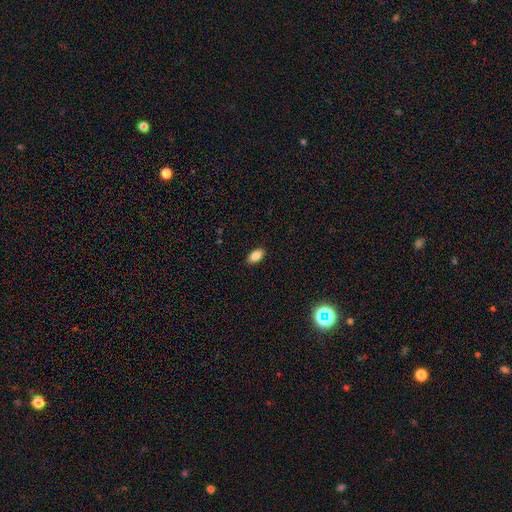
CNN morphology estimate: smooth-or-featured: smooth: 86% | star or artifact: 8% | featured or disk: 6%
  how-rounded: in between: 92% | cigar-shaped: 4% | round: 4%
  merging: none: 89% | minor disturbance: 8% | major disturbance: 2% | merger: 1%